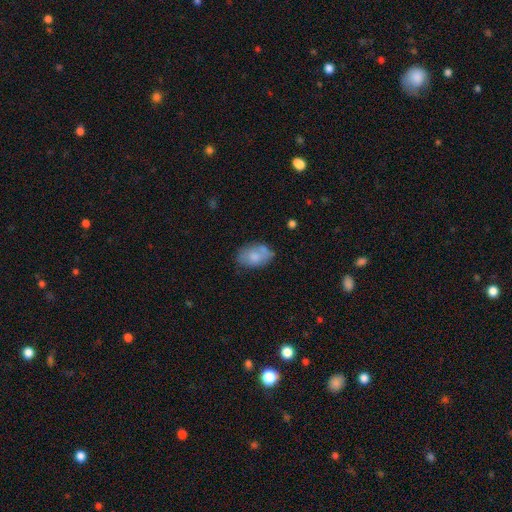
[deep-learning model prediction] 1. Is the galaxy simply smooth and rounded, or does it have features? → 71% smooth, 21% featured or disk, 7% star or artifact.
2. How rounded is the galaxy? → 88% in between, 11% round, 1% cigar-shaped.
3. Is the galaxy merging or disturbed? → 60% none, 24% minor disturbance, 9% merger, 6% major disturbance.